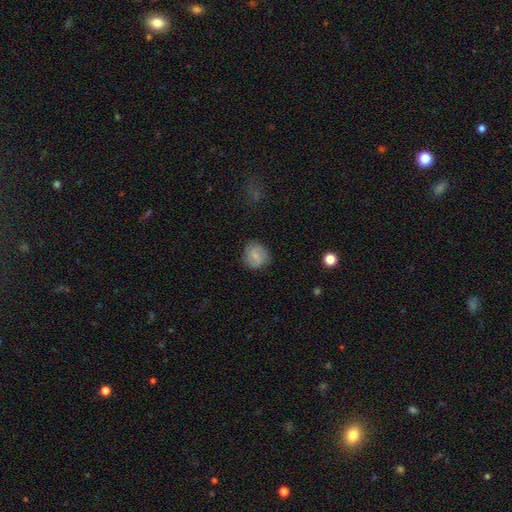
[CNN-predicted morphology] Smooth or featured? smooth (67%)
How rounded? round (83%)
Merging? none (79%)